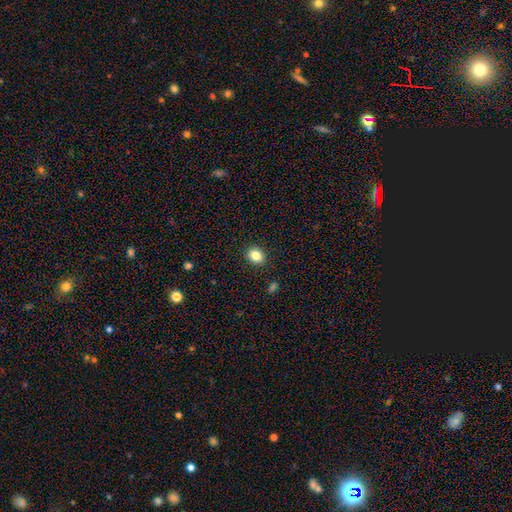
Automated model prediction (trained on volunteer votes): smooth-or-featured: smooth: 84% | star or artifact: 10% | featured or disk: 6%
  how-rounded: round: 52% | in between: 48% | cigar-shaped: 1%
  merging: none: 91% | minor disturbance: 6% | major disturbance: 2% | merger: 1%